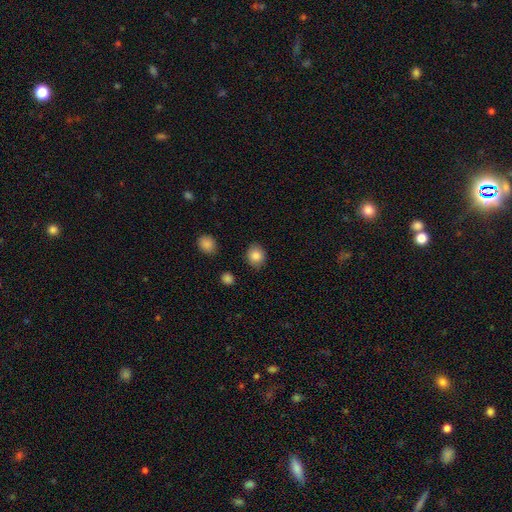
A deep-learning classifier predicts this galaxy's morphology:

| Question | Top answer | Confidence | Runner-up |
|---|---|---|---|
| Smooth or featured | smooth | 86% | star or artifact (9%) |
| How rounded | round | 66% | in between (34%) |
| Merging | none | 85% | minor disturbance (10%) |